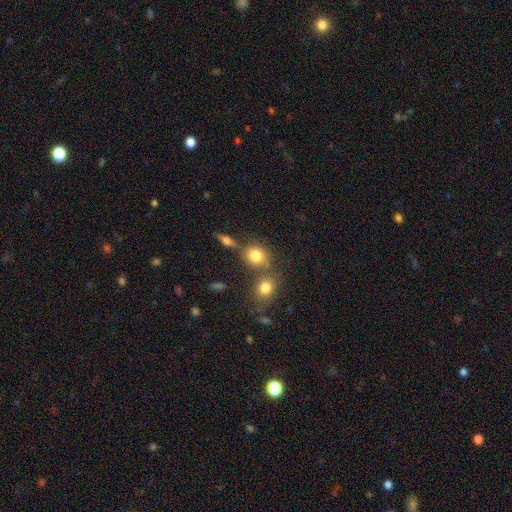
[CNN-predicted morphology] Smooth or featured?
  - smooth: 79% *
  - star or artifact: 11%
  - featured or disk: 10%
How rounded?
  - round: 75% *
  - in between: 24%
  - cigar-shaped: 1%
Merging?
  - none: 57% *
  - merger: 28%
  - minor disturbance: 11%
  - major disturbance: 4%